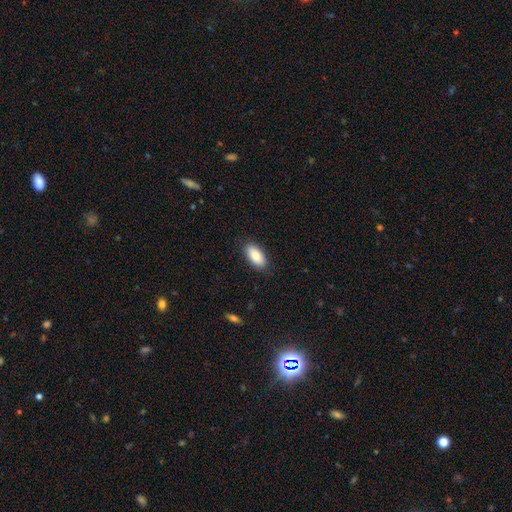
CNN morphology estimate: type=smooth (82%); roundness=in between (91%); merging=none (87%).